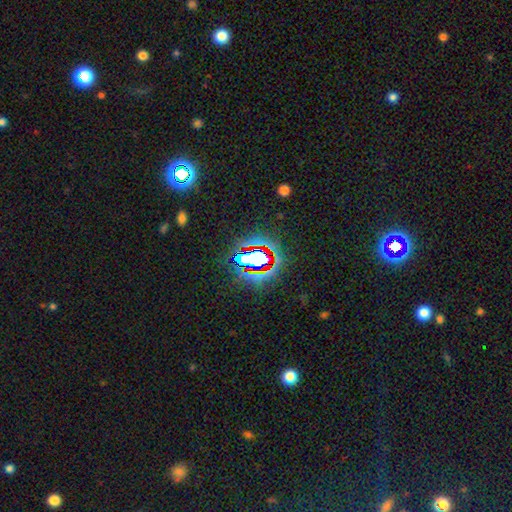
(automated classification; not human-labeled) smooth-or-featured: star or artifact: 67% | smooth: 19% | featured or disk: 14%